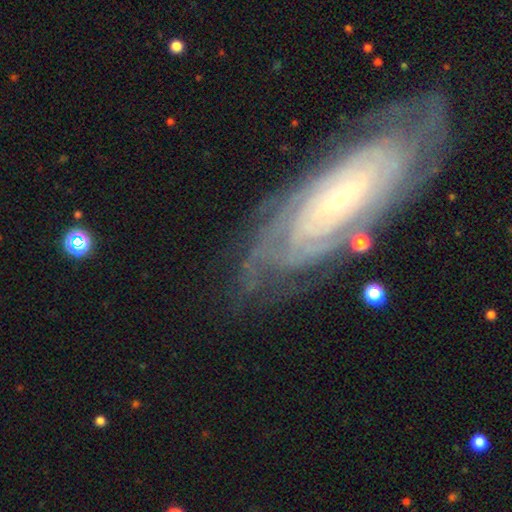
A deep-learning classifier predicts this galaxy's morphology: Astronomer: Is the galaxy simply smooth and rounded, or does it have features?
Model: featured or disk — 83%.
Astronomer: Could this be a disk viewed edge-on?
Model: no — 88%.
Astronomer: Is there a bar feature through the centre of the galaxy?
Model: no — 71%.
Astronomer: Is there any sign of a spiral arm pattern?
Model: yes — 95%.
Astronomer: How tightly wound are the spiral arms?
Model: tight — 83%.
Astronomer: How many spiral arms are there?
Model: can't tell — 47%.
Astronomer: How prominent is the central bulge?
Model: small — 86%.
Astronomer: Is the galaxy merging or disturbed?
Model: none — 77%.